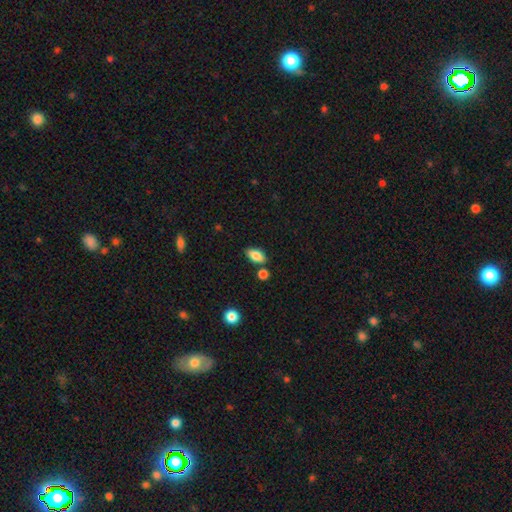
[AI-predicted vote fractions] smooth_or_featured: smooth (p=0.84) [alt: featured or disk p=0.08]
how_rounded: in between (p=0.90) [alt: round p=0.05]
merging: none (p=0.77) [alt: minor disturbance p=0.12]